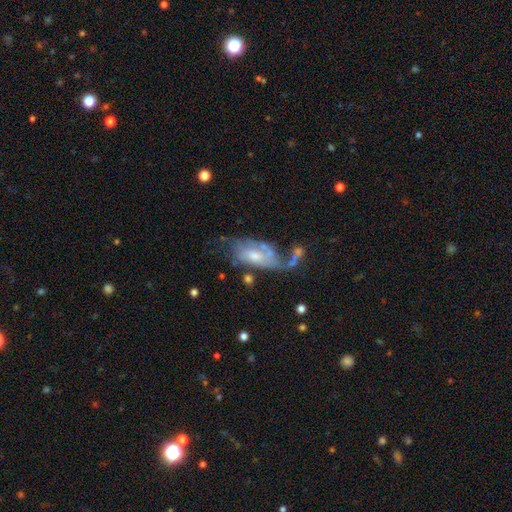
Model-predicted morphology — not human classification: Smooth or featured? featured or disk (63%)
Edge-on disk? no (91%)
Bar? no (66%)
Spiral arms? yes (71%)
Bulge size? moderate (46%)
Merging? major disturbance (34%)